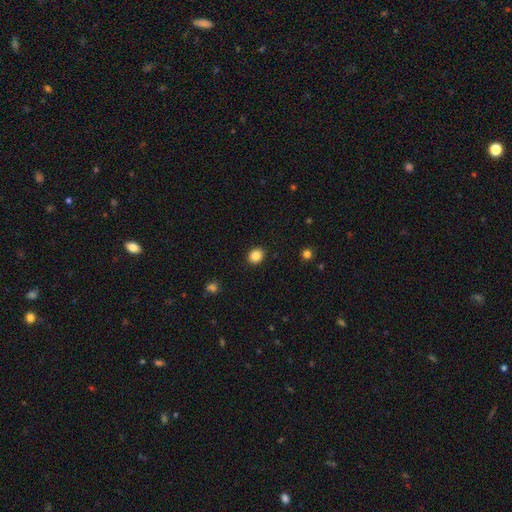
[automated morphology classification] A smooth galaxy with no disk features (86%) that is round (70%).

Vote fractions:
- Smooth or featured? smooth: 86% / star or artifact: 10% / featured or disk: 4%
- How rounded? round: 70% / in between: 29% / cigar-shaped: 1%
- Merging? none: 92% / minor disturbance: 6% / major disturbance: 2% / merger: 1%